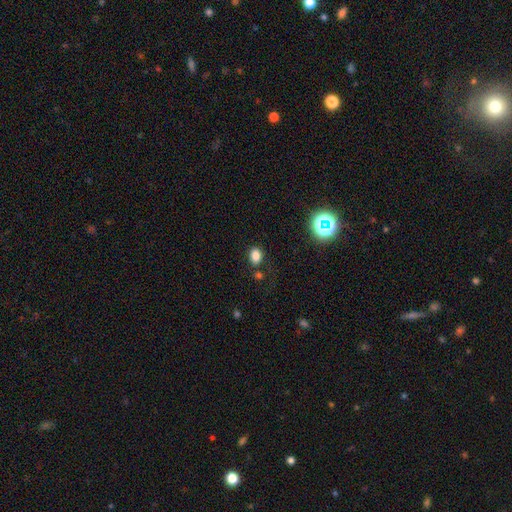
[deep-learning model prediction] This is likely a smooth galaxy (80%). How rounded: likely in between (69%). Merging: likely none (77%).